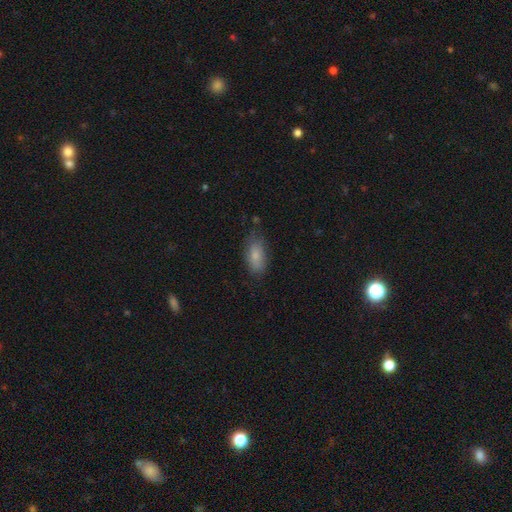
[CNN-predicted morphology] smooth-or-featured: smooth: 81% | featured or disk: 12% | star or artifact: 7%
  how-rounded: in between: 89% | cigar-shaped: 7% | round: 4%
  merging: none: 68% | minor disturbance: 24% | major disturbance: 6% | merger: 2%